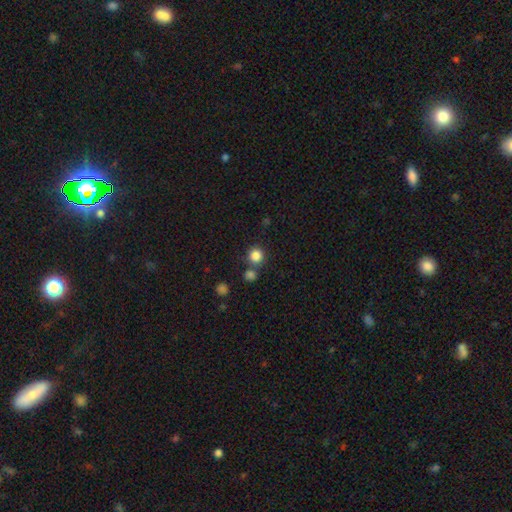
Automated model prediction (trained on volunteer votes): Q: Smooth or featured?
A: smooth (84%); runner-up: star or artifact (12%)
Q: How rounded?
A: round (93%); runner-up: in between (7%)
Q: Merging?
A: none (73%); runner-up: merger (16%)